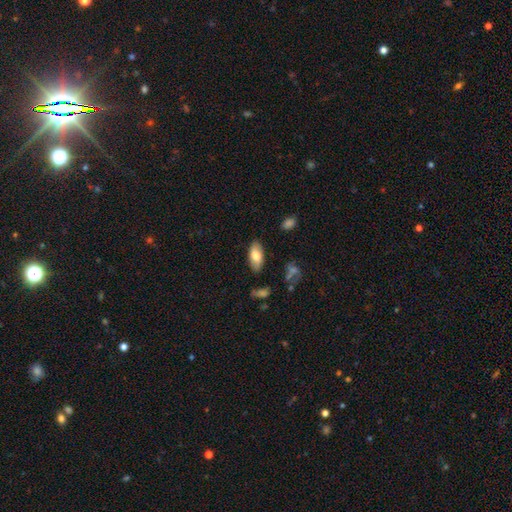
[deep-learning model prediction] Morphology: type=smooth (76%); roundness=in between (91%); merging=none (82%).